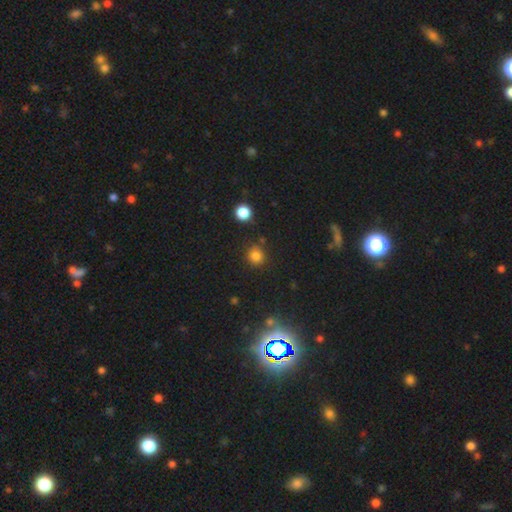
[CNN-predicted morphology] This is likely a smooth galaxy (79%). How rounded: clearly round (88%). Merging: clearly none (82%).